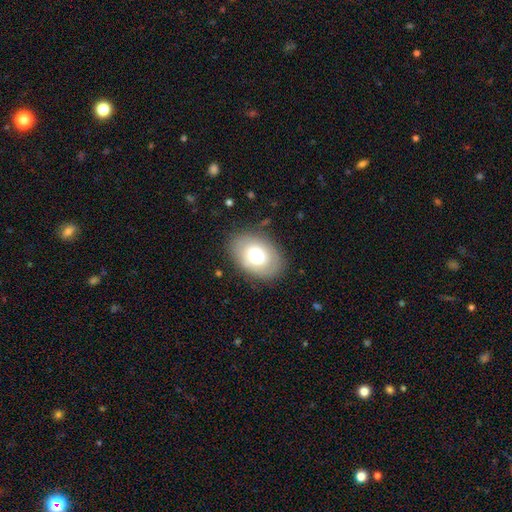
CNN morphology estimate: Smooth or featured: smooth — 70% (featured or disk — 23%)
How rounded: in between — 82% (round — 17%)
Merging: none — 81% (minor disturbance — 13%)